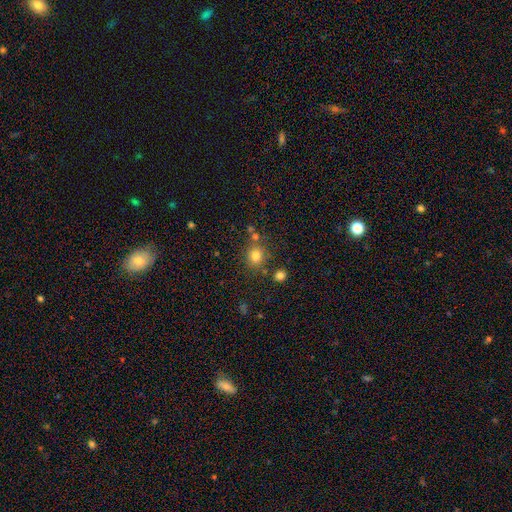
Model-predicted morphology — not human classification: A smooth galaxy with no disk features (80%) that is round (74%).

Vote fractions:
- Smooth or featured? smooth: 80% / star or artifact: 13% / featured or disk: 7%
- How rounded? round: 74% / in between: 25% / cigar-shaped: 1%
- Merging? none: 73% / minor disturbance: 12% / merger: 10% / major disturbance: 5%